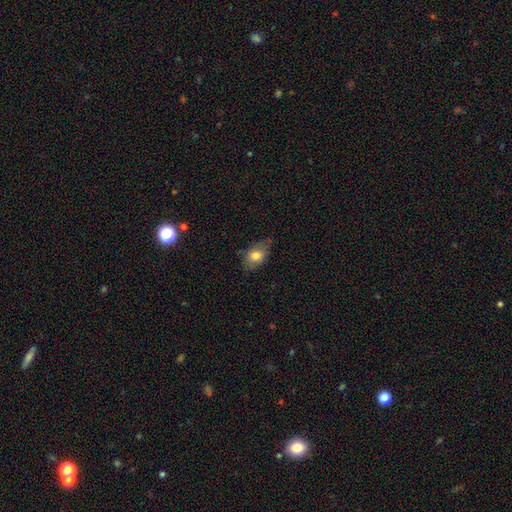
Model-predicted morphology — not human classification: Q: Smooth or featured?
A: smooth (77%); runner-up: featured or disk (15%)
Q: How rounded?
A: in between (83%); runner-up: round (14%)
Q: Merging?
A: none (63%); runner-up: minor disturbance (28%)